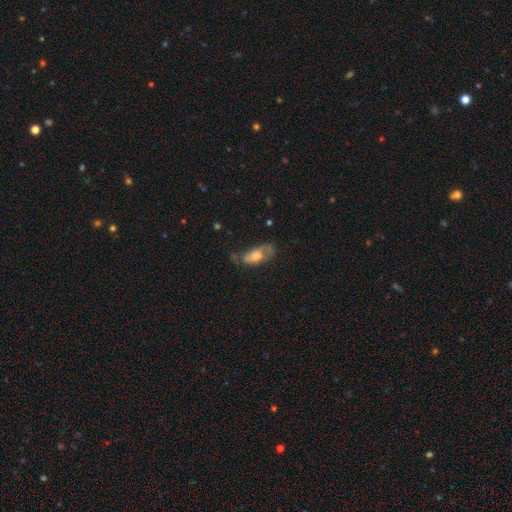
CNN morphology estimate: The model was most divided on "smooth or featured": smooth: 48%, featured or disk: 43%, star or artifact: 9%. Remaining: merging — none (41%).